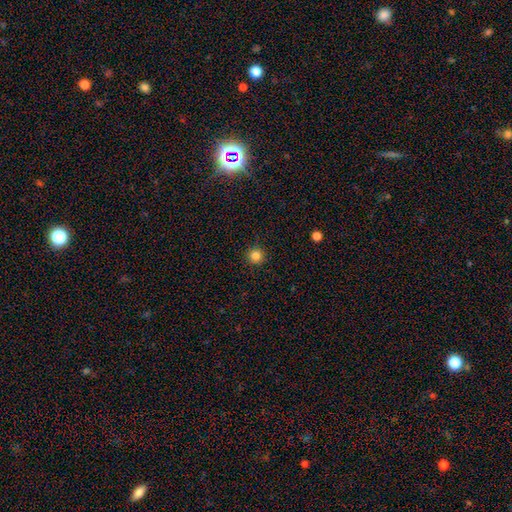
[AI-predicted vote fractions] Smooth or featured?
  - smooth: 84% *
  - star or artifact: 12%
  - featured or disk: 4%
How rounded?
  - round: 96% *
  - in between: 3%
  - cigar-shaped: 1%
Merging?
  - none: 91% *
  - minor disturbance: 6%
  - major disturbance: 2%
  - merger: 1%